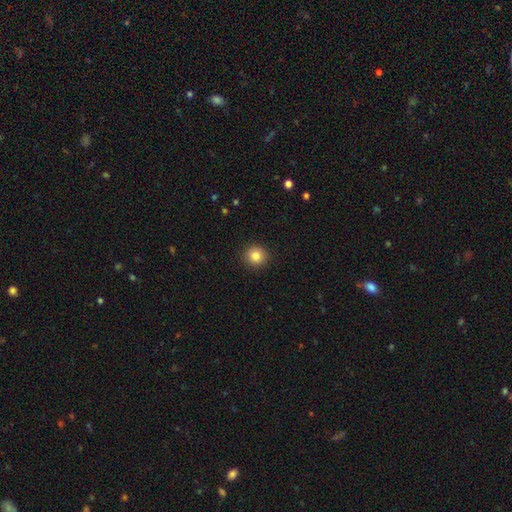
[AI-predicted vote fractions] Q: Smooth or featured?
A: smooth (84%); runner-up: star or artifact (10%)
Q: How rounded?
A: round (93%); runner-up: in between (6%)
Q: Merging?
A: none (92%); runner-up: minor disturbance (5%)